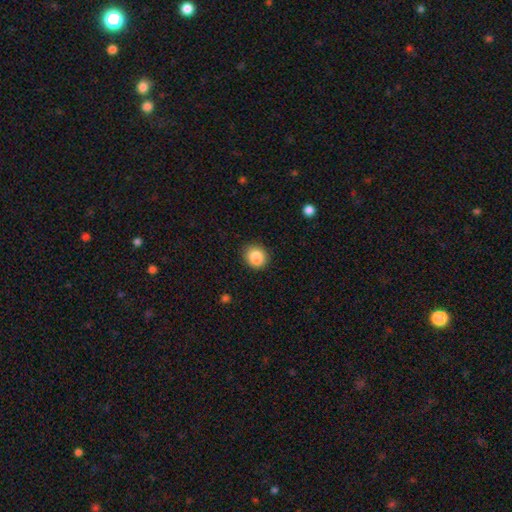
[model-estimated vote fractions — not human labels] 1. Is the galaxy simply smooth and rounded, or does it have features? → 86% smooth, 9% star or artifact, 5% featured or disk.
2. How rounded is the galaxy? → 77% round, 22% in between, 1% cigar-shaped.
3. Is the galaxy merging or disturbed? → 84% none, 11% minor disturbance, 3% major disturbance, 2% merger.